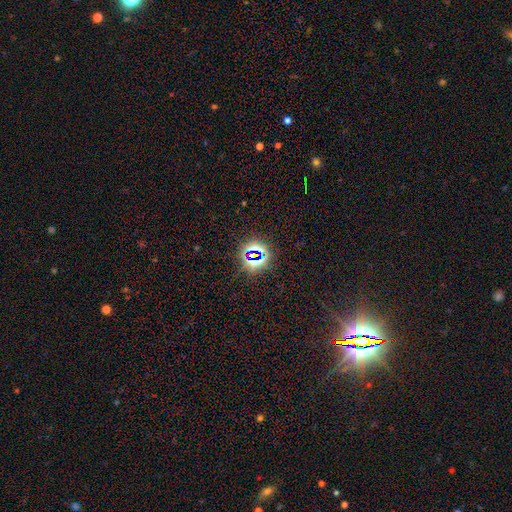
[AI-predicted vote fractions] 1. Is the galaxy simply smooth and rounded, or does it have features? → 74% star or artifact, 18% smooth, 8% featured or disk.